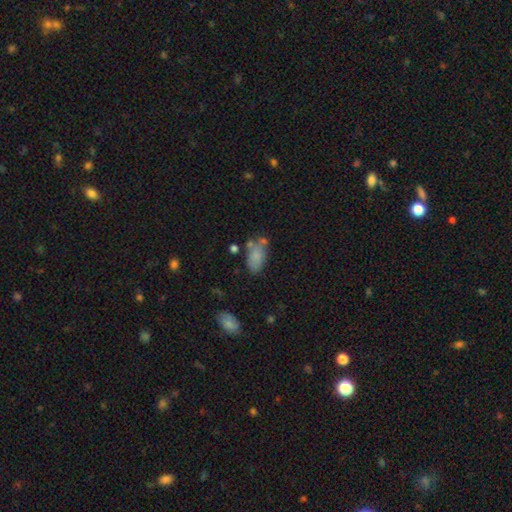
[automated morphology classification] Smooth or featured: smooth — 79% (featured or disk — 12%)
How rounded: in between — 91% (cigar-shaped — 5%)
Merging: none — 54% (minor disturbance — 22%)